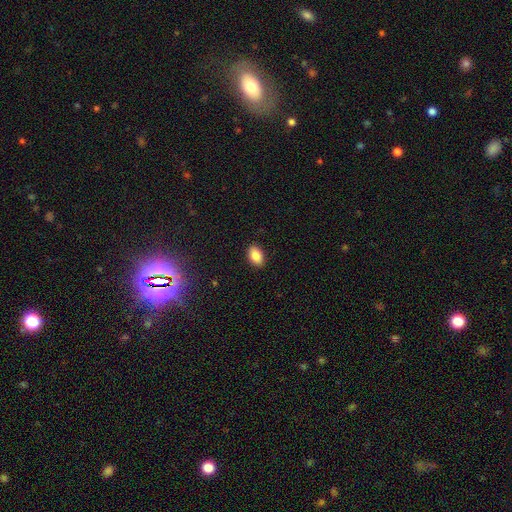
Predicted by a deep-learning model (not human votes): This is clearly a smooth galaxy (87%). How rounded: clearly in between (90%). Merging: clearly none (89%).